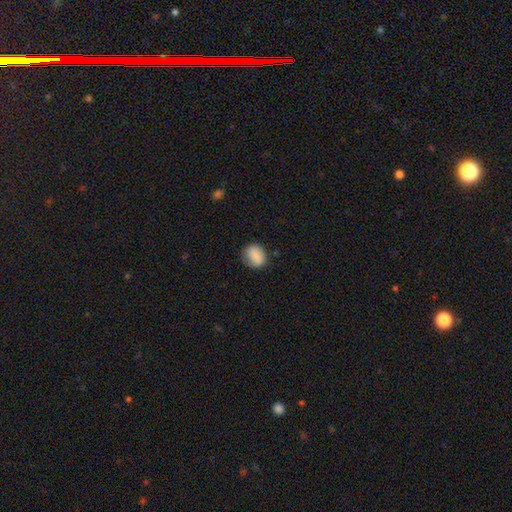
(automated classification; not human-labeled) Morphology: type=smooth (86%); roundness=round (59%); merging=none (78%).